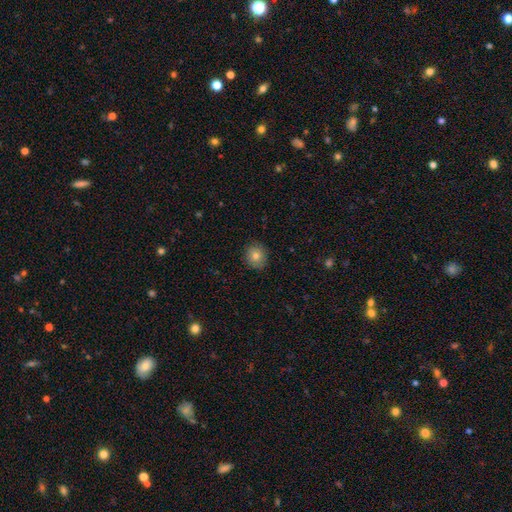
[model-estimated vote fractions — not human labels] Smooth or featured: smooth — 80% (star or artifact — 10%)
How rounded: round — 85% (in between — 14%)
Merging: none — 89% (minor disturbance — 8%)